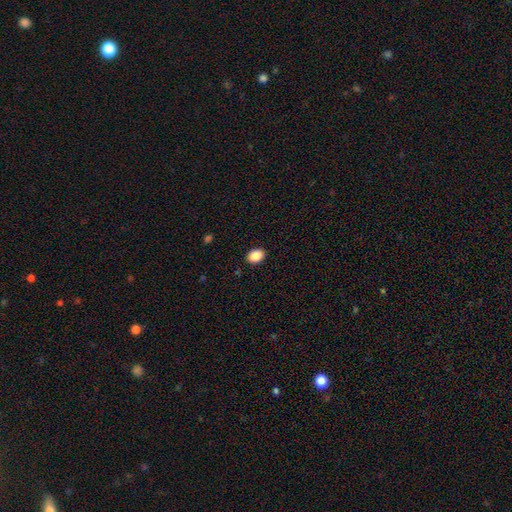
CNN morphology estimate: Smooth or featured? Predicted: smooth (p=0.89). How rounded? Predicted: in between (p=0.71). Merging? Predicted: none (p=0.90).